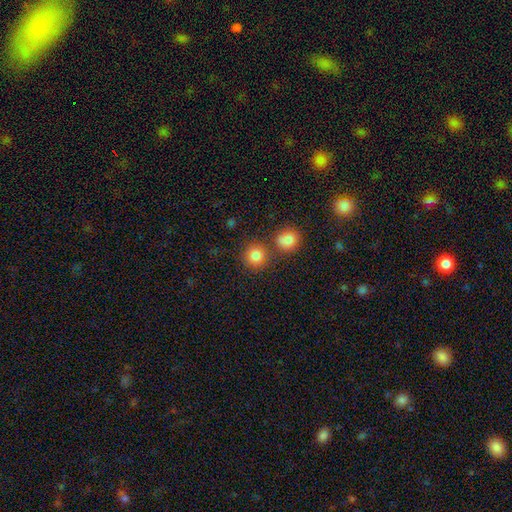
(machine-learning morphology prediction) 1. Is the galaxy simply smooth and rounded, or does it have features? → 84% smooth, 11% star or artifact, 5% featured or disk.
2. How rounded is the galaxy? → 91% round, 8% in between, 1% cigar-shaped.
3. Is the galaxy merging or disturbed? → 75% none, 14% merger, 8% minor disturbance, 3% major disturbance.